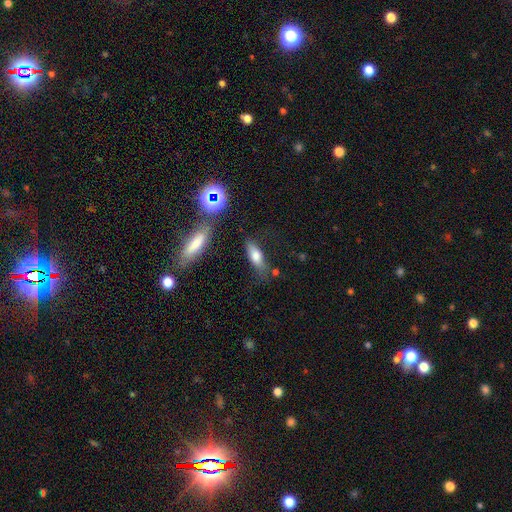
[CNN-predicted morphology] Smooth or featured? smooth (69%)
How rounded? in between (59%)
Merging? none (67%)